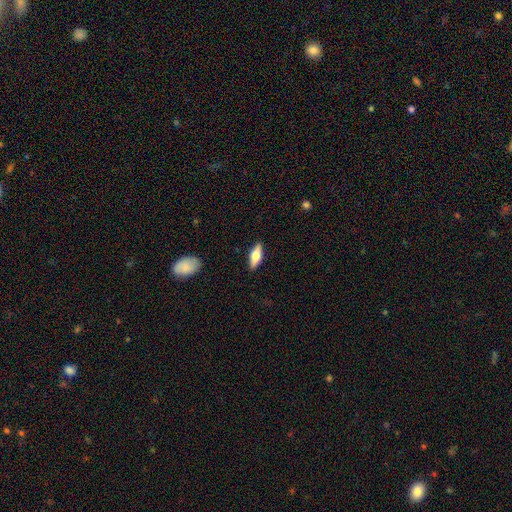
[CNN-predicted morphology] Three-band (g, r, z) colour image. It shows a smooth galaxy with no disk features (55%) that is in between round and cigar-shaped (64%). Merging: none (88%).